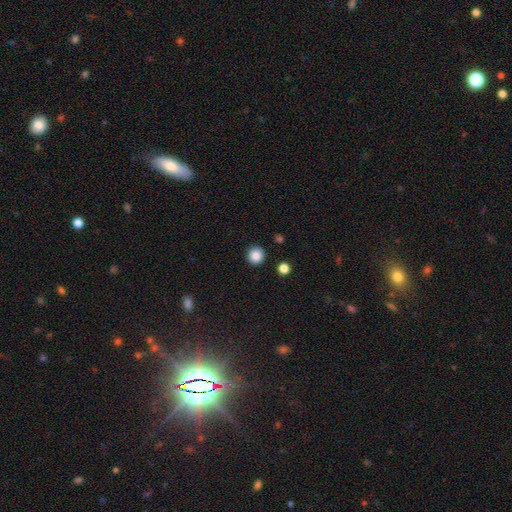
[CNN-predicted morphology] Smooth or featured?
  - smooth: 87% *
  - star or artifact: 10%
  - featured or disk: 3%
How rounded?
  - round: 93% *
  - in between: 6%
  - cigar-shaped: 1%
Merging?
  - none: 91% *
  - minor disturbance: 5%
  - major disturbance: 2%
  - merger: 2%